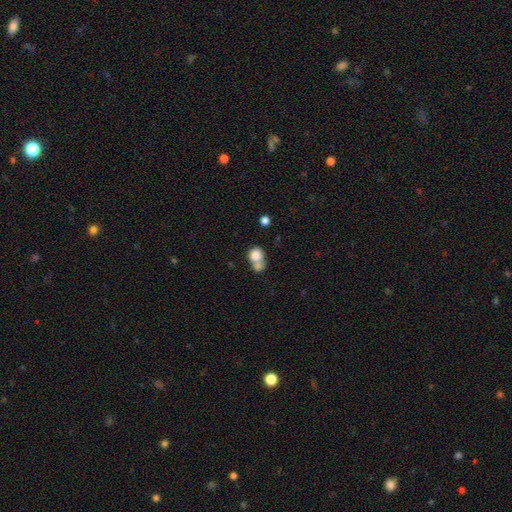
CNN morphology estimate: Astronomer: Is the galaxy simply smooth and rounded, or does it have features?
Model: smooth — 80%.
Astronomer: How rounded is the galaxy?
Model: round — 69%.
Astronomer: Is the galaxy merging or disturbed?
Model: merger — 56%.